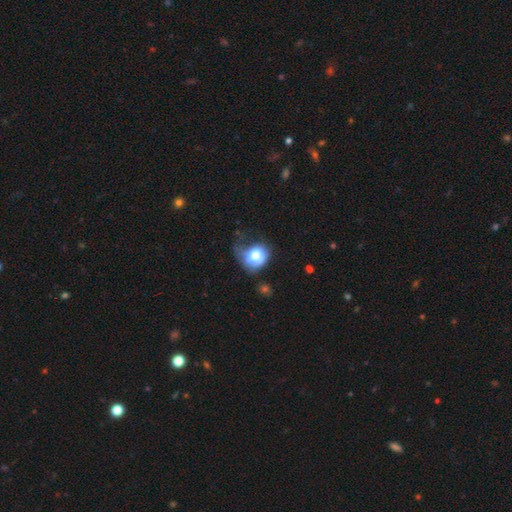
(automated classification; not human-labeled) Smooth or featured?
  - smooth: 70% *
  - featured or disk: 21%
  - star or artifact: 9%
How rounded?
  - round: 52% *
  - in between: 47%
  - cigar-shaped: 1%
Merging?
  - major disturbance: 38% *
  - minor disturbance: 34%
  - none: 23%
  - merger: 5%